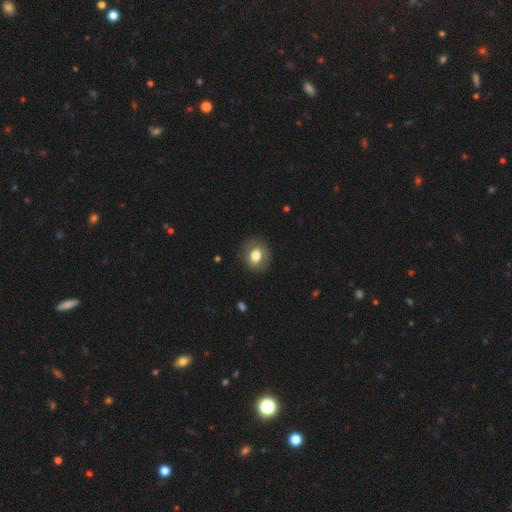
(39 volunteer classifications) A smooth galaxy with no disk features (67%) that is round (62%).

Vote fractions:
- Smooth or featured? smooth: 67% / featured or disk: 26% / star or artifact: 8%
- How rounded? round: 62% / in between: 38% / cigar-shaped: 0%
- Merging? none: 83% / minor disturbance: 11% / merger: 6% / major disturbance: 0%